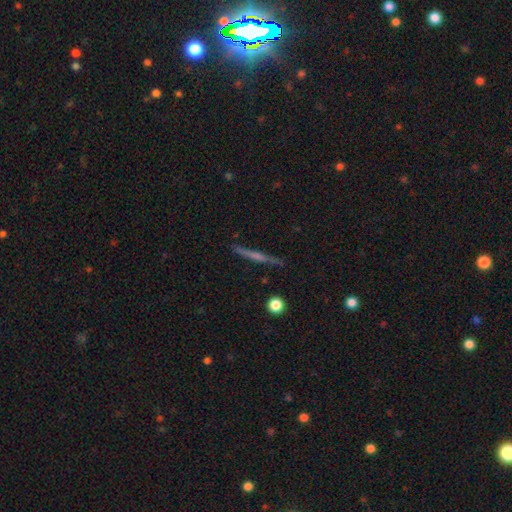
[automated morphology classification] A featured or disk galaxy (64%) viewed edge-on (97%) with no central bulge (47%). Merging: none (89%).